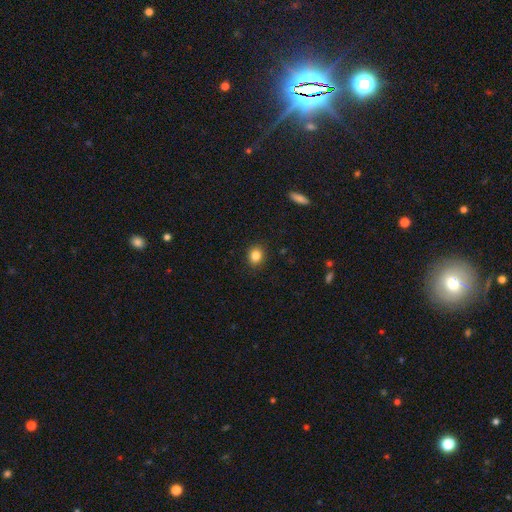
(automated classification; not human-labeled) Smooth or featured?
  - smooth: 84% *
  - star or artifact: 11%
  - featured or disk: 5%
How rounded?
  - round: 64% *
  - in between: 35%
  - cigar-shaped: 1%
Merging?
  - none: 90% *
  - minor disturbance: 7%
  - major disturbance: 2%
  - merger: 1%